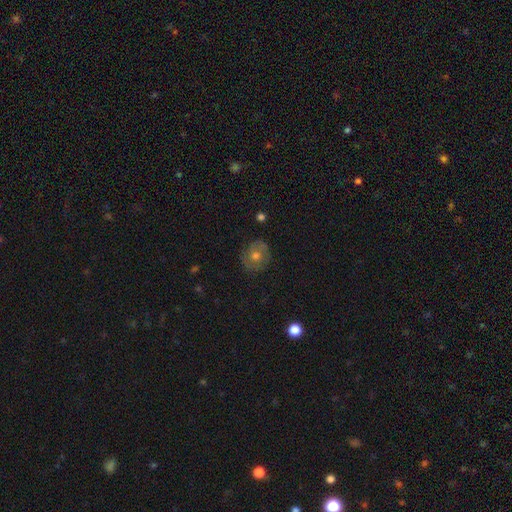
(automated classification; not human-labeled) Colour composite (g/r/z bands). It shows a smooth galaxy with no disk features (45%). Merging: none (83%).